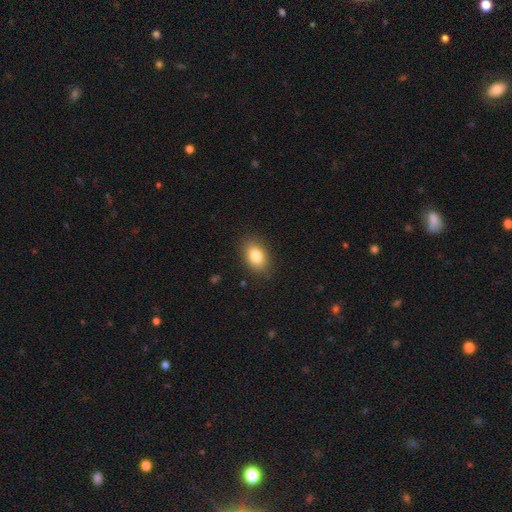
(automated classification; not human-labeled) This appears to be a smooth galaxy with no disk features (82%) that is in between round and cigar-shaped (85%). Merging: none (87%).